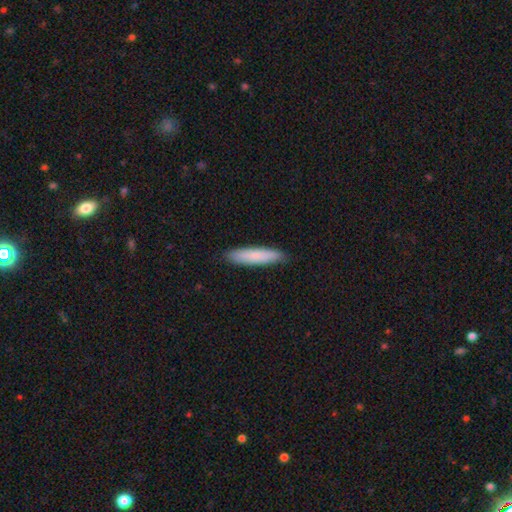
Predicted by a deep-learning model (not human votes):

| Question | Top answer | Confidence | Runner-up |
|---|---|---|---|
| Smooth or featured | smooth | 82% | featured or disk (12%) |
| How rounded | cigar-shaped | 84% | in between (15%) |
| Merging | none | 89% | minor disturbance (8%) |